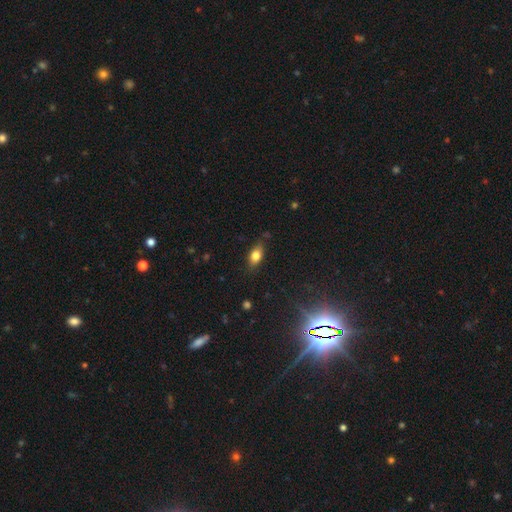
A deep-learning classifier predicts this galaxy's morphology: smooth-or-featured: smooth: 78% | featured or disk: 13% | star or artifact: 9%
  how-rounded: in between: 83% | round: 10% | cigar-shaped: 8%
  merging: none: 77% | minor disturbance: 18% | major disturbance: 4% | merger: 2%